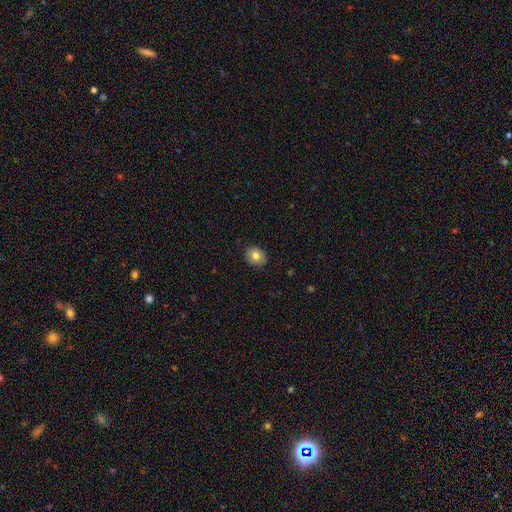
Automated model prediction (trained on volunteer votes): Overall: smooth (78%). How rounded: round (60%; in between 39%). Merging: none (87%).